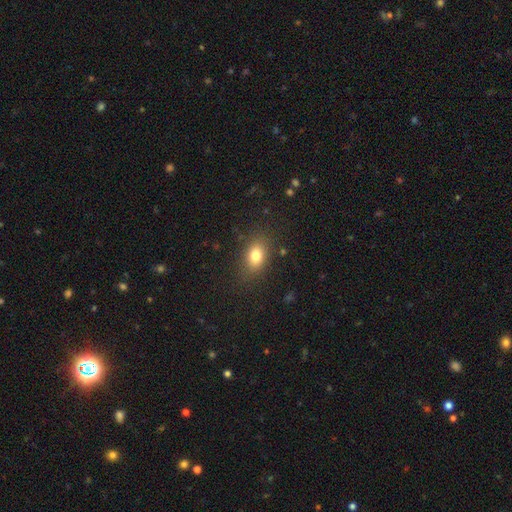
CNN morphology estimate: Smooth or featured? Predicted: smooth (p=0.79). How rounded? Predicted: in between (p=0.75). Merging? Predicted: none (p=0.82).